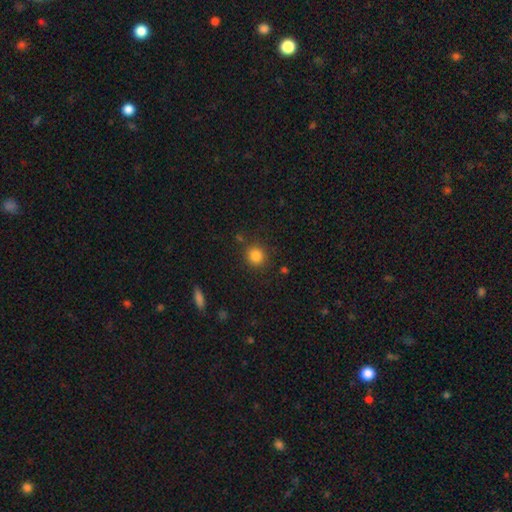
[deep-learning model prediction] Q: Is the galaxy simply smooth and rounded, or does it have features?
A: smooth — 84%.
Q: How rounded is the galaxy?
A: round — 90%.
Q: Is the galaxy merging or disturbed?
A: none — 86%.